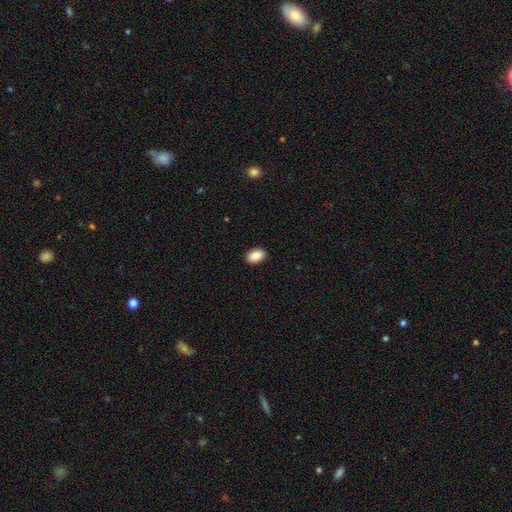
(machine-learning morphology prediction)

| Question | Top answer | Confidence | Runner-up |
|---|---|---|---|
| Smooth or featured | smooth | 89% | star or artifact (7%) |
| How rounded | in between | 90% | round (9%) |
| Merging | none | 90% | minor disturbance (7%) |